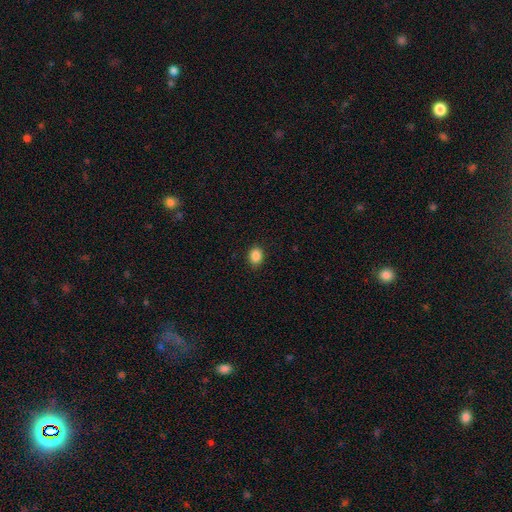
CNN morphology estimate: This appears to be a smooth galaxy with no disk features (87%) that is round (51%). Merging: none (90%).